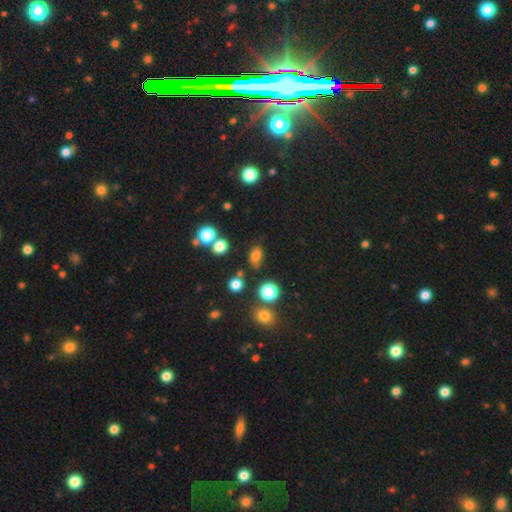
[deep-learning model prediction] Overall: smooth (75%). How rounded: in between (74%). Merging: none (69%).